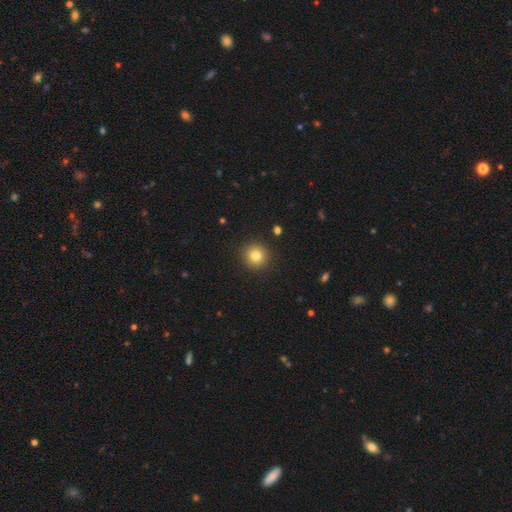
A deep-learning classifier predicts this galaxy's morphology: Smooth or featured: smooth — 81% (star or artifact — 12%)
How rounded: round — 94% (in between — 5%)
Merging: none — 91% (minor disturbance — 5%)